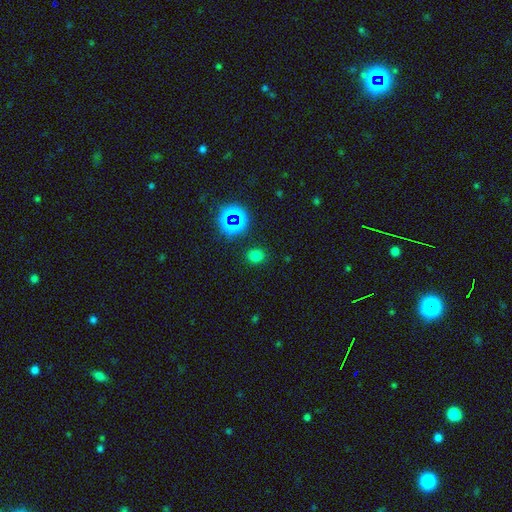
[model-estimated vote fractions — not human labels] Smooth or featured?
  - smooth: 71% *
  - star or artifact: 23%
  - featured or disk: 6%
How rounded?
  - round: 79% *
  - in between: 20%
  - cigar-shaped: 1%
Merging?
  - none: 88% *
  - minor disturbance: 8%
  - major disturbance: 3%
  - merger: 2%